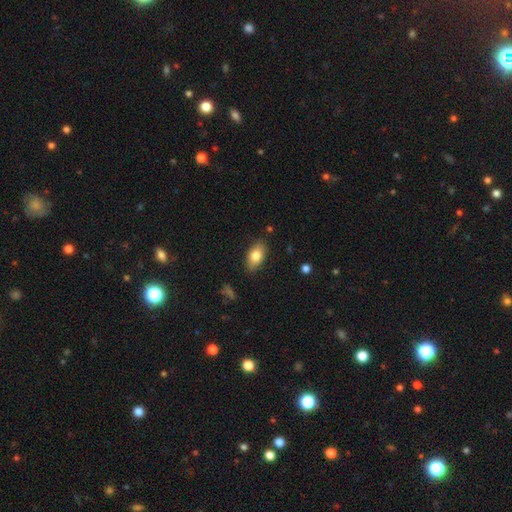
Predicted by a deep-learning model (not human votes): A smooth galaxy with no disk features (79%) that is in between round and cigar-shaped (89%). Merging: none (84%).